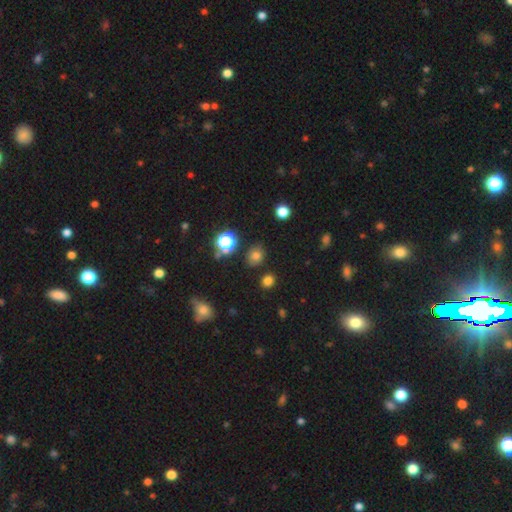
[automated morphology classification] smooth 73%, star or artifact 21%, featured or disk 7%. Down the decision tree: how rounded — round (56%); merging — none (81%).